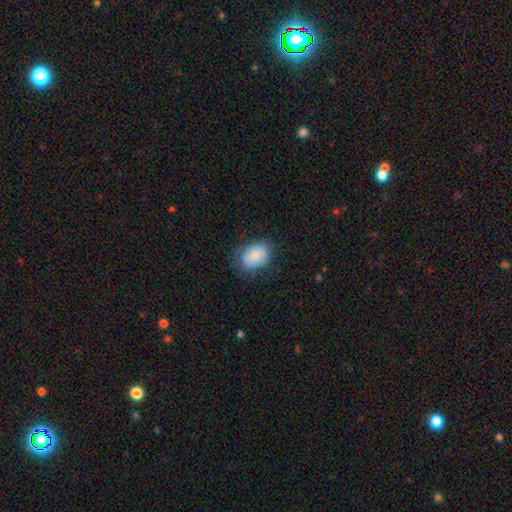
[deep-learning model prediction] Smooth or featured?
  - smooth: 76% *
  - featured or disk: 17%
  - star or artifact: 7%
How rounded?
  - in between: 68% *
  - round: 31%
  - cigar-shaped: 1%
Merging?
  - none: 65% *
  - minor disturbance: 25%
  - major disturbance: 9%
  - merger: 1%